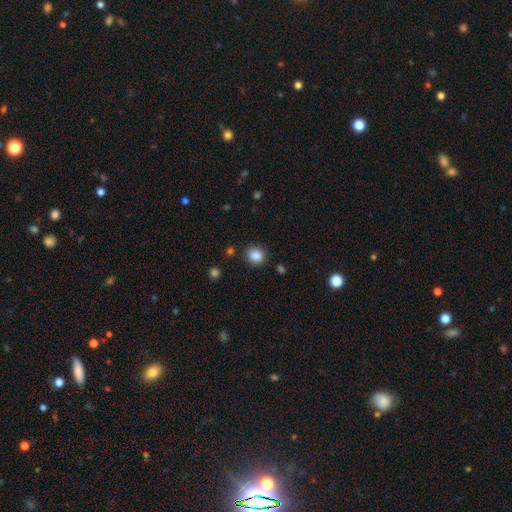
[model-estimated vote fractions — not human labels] This appears to be a smooth galaxy with no disk features (86%) that is round (81%). Merging: none (87%).